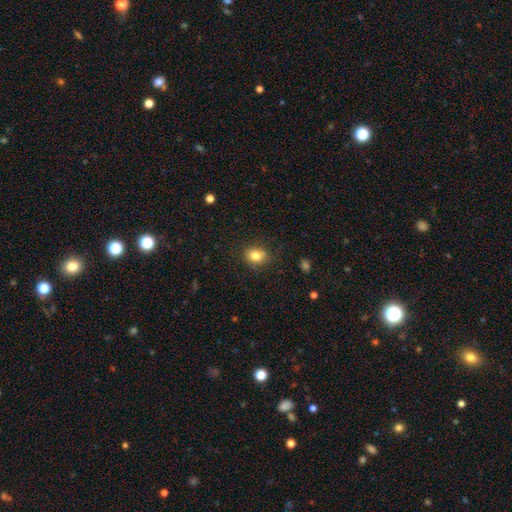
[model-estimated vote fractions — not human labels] Overall: smooth (82%). How rounded: round (52%; in between 47%). Merging: none (83%).